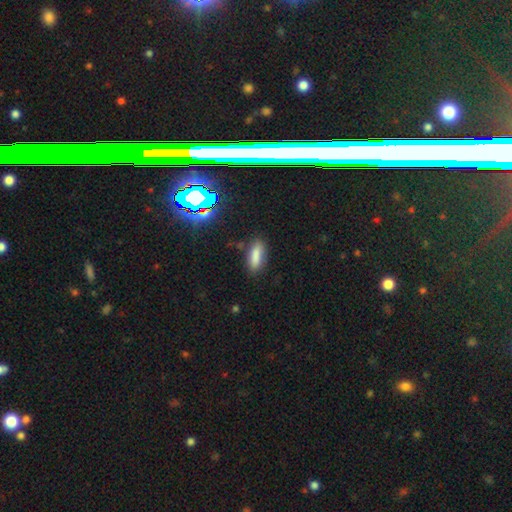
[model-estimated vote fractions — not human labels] smooth_or_featured: smooth (p=0.81) [alt: star or artifact p=0.12]
how_rounded: in between (p=0.65) [alt: cigar-shaped p=0.32]
merging: none (p=0.82) [alt: minor disturbance p=0.13]